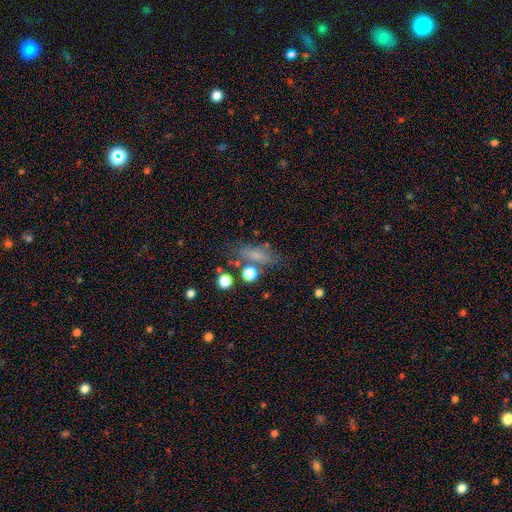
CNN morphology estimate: The model was most divided on "how rounded": in between: 61%, cigar-shaped: 28%, round: 11%. More confident: smooth or featured — smooth (63%); merging — none (62%).